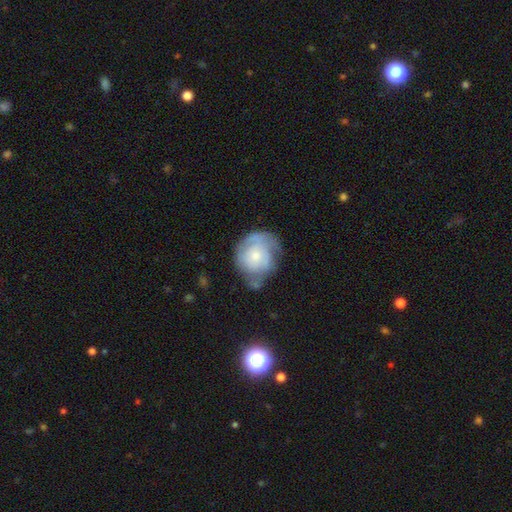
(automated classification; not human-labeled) The model was most divided on "smooth or featured": featured or disk: 48%, smooth: 45%, star or artifact: 7%. Remaining: merging — none (42%).